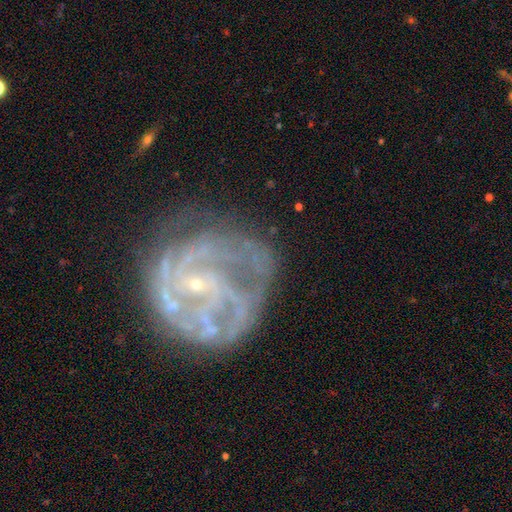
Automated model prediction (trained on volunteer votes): Overall: featured or disk (85%). Edge-on disk: no (98%). Bar: no (62%; weak 29%). Spiral arms: yes (91%). Spiral arm count: can't tell (29%; 3 23%). Spiral winding: tight (55%; medium 34%). Bulge size: small (84%). Merging: none (58%; minor disturbance 20%).